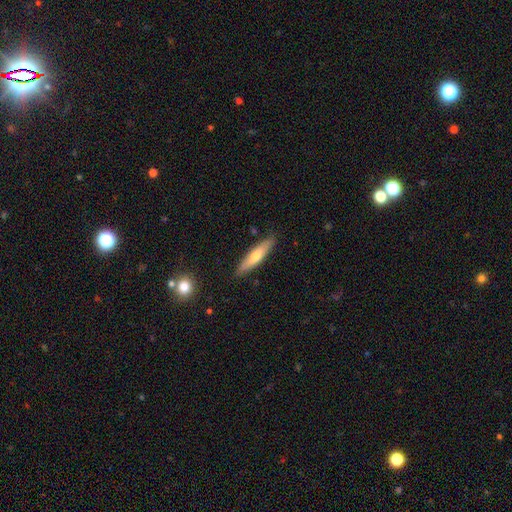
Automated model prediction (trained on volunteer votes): A smooth galaxy with no disk features (61%) that is cigar-shaped (81%). Merging: none (87%).